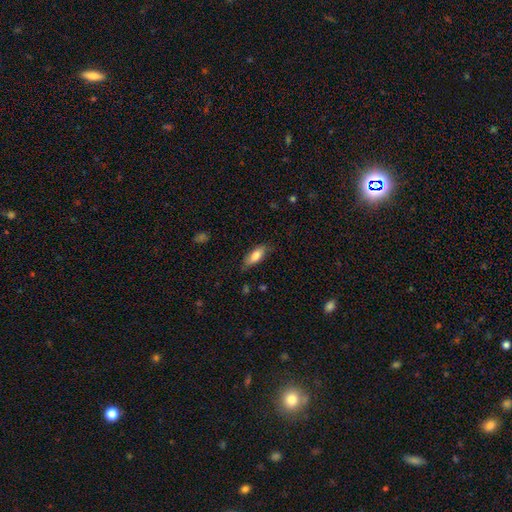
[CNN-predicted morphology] Smooth or featured? smooth (79%)
How rounded? in between (72%)
Merging? none (75%)